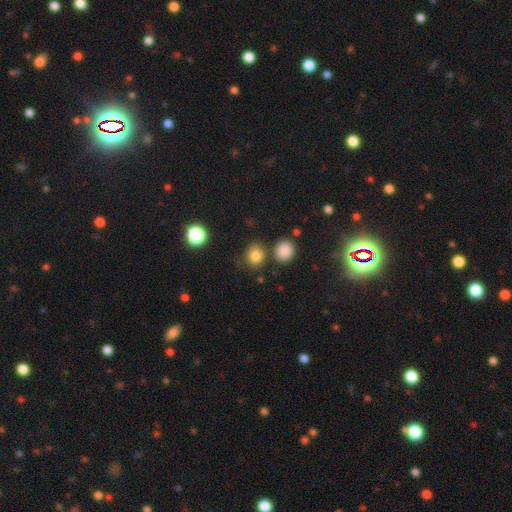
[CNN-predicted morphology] A smooth galaxy with no disk features (82%) that is round (70%). Merging: none (70%).